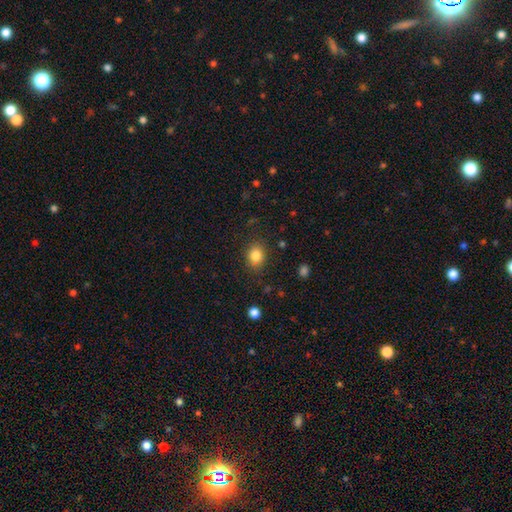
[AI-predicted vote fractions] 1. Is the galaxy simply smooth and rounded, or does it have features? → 83% smooth, 10% star or artifact, 6% featured or disk.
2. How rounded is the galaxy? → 51% in between, 48% round, 1% cigar-shaped.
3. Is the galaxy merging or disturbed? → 83% none, 12% minor disturbance, 4% major disturbance, 2% merger.